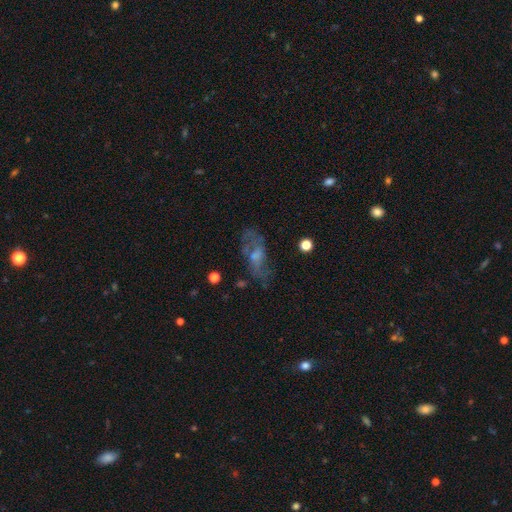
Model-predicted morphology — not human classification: This appears to be a featured or disk galaxy (57%) with no bar (59%), spiral arms (61%) and a small central bulge (43%). Merging: none (56%).